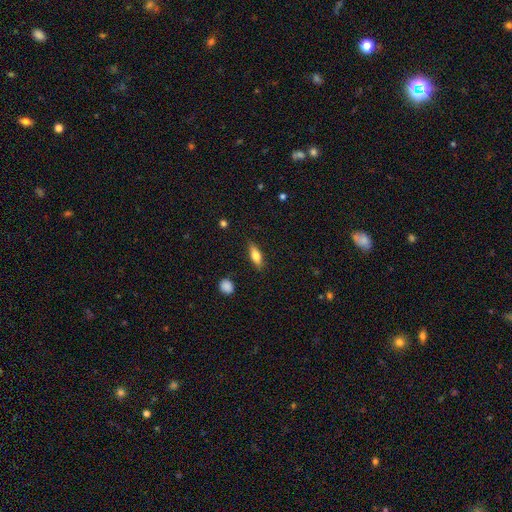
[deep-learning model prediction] Q: Smooth or featured?
A: smooth (70%); runner-up: featured or disk (24%)
Q: How rounded?
A: in between (60%); runner-up: cigar-shaped (36%)
Q: Merging?
A: none (85%); runner-up: minor disturbance (11%)